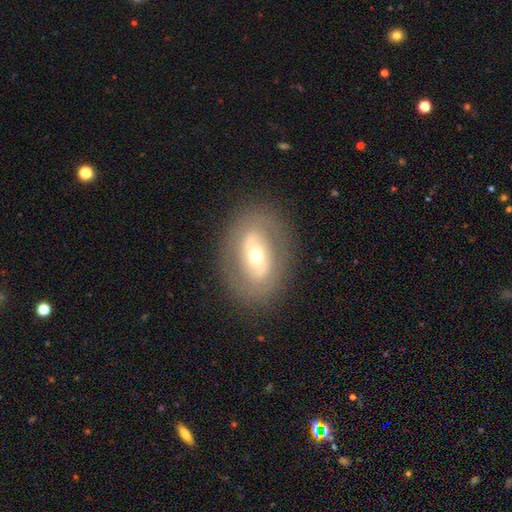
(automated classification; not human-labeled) Q: Smooth or featured?
A: featured or disk (63%); runner-up: smooth (30%)
Q: Edge-on disk?
A: no (91%); runner-up: yes (9%)
Q: Bar?
A: no (40%); runner-up: strong (31%)
Q: Spiral arms?
A: no (64%); runner-up: yes (36%)
Q: Bulge size?
A: moderate (59%); runner-up: small (32%)
Q: Merging?
A: none (82%); runner-up: minor disturbance (11%)